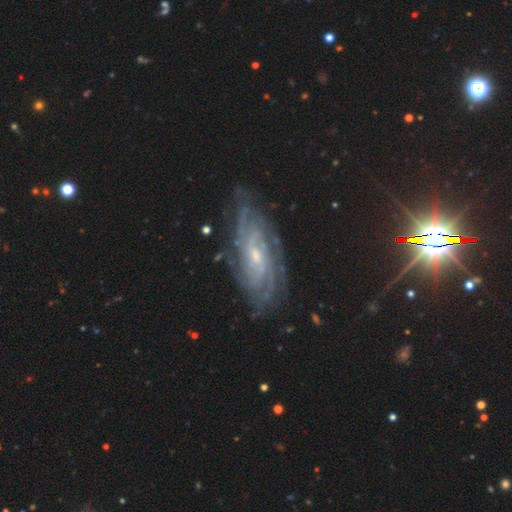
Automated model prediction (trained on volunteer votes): Smooth or featured: featured or disk — 85% (star or artifact — 8%)
Edge-on disk: no — 92% (yes — 8%)
Bar: no — 55% (weak — 35%)
Spiral arms: yes — 97% (no — 3%)
Spiral winding: tight — 72% (medium — 23%)
Spiral arm count: can't tell — 38% (4 — 17%)
Bulge size: small — 70% (moderate — 25%)
Merging: none — 79% (minor disturbance — 15%)